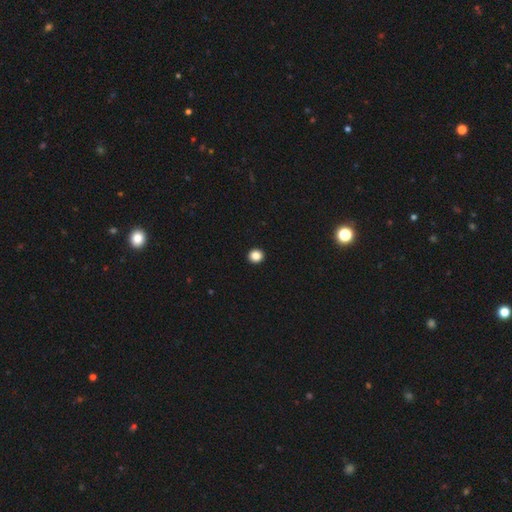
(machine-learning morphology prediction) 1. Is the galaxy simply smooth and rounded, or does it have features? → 86% smooth, 11% star or artifact, 3% featured or disk.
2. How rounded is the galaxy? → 91% round, 8% in between, 1% cigar-shaped.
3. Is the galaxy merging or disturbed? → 94% none, 4% minor disturbance, 1% major disturbance, 1% merger.